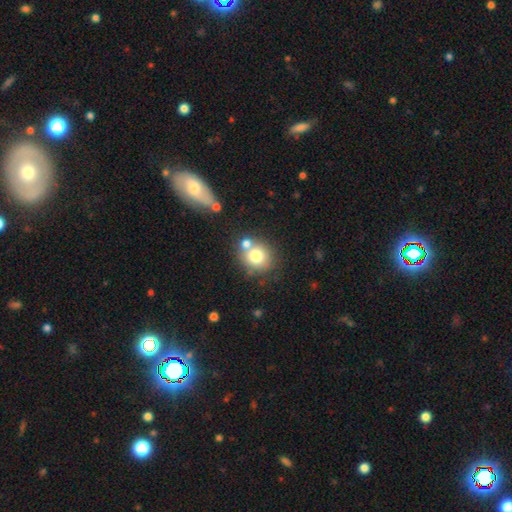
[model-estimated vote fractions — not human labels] Smooth or featured: smooth — 75% (featured or disk — 14%)
How rounded: round — 80% (in between — 19%)
Merging: none — 61% (merger — 25%)